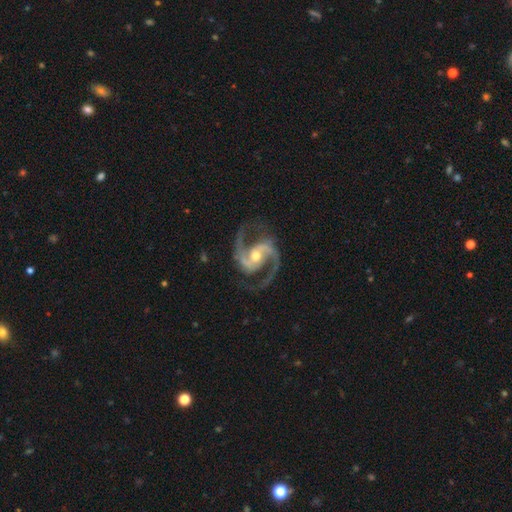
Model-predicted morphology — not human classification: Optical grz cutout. It shows a featured or disk galaxy (94%) with no bar (42%), 2 (93%) medium (68%) spiral arms (99%) and a moderate central bulge (66%). Merging: none (80%).